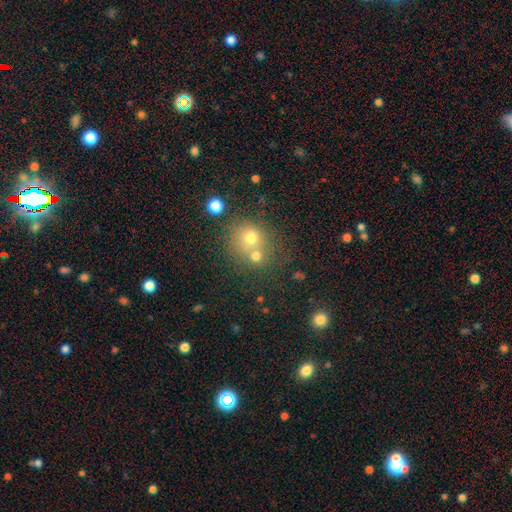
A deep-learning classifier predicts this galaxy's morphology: A smooth galaxy with no disk features (69%) that is round (84%). Merging: none (47%).